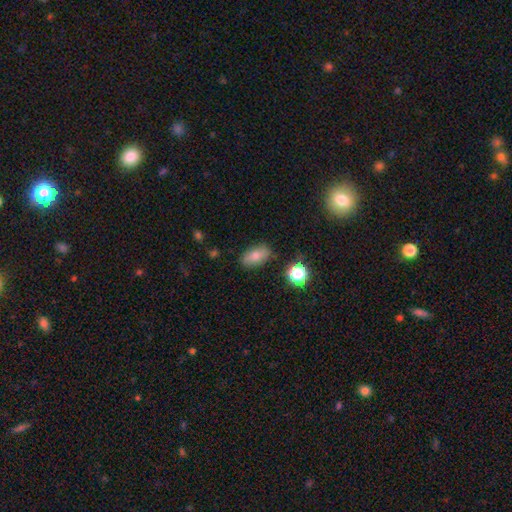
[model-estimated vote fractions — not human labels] smooth-or-featured: smooth: 75% | featured or disk: 14% | star or artifact: 11%
  how-rounded: in between: 87% | round: 8% | cigar-shaped: 5%
  merging: none: 84% | minor disturbance: 11% | major disturbance: 3% | merger: 2%